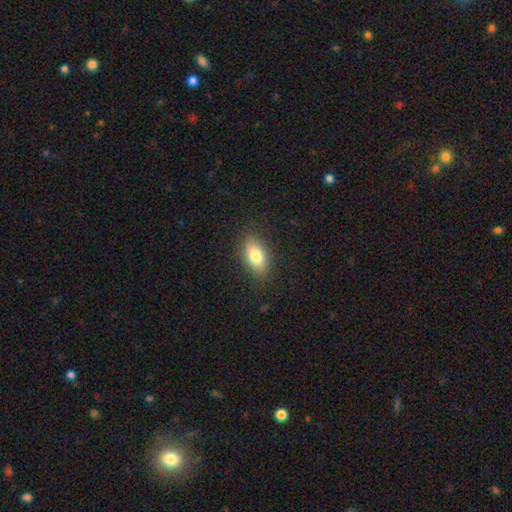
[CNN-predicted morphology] This appears to be a smooth galaxy with no disk features (79%) that is in between round and cigar-shaped (87%). Merging: none (86%).